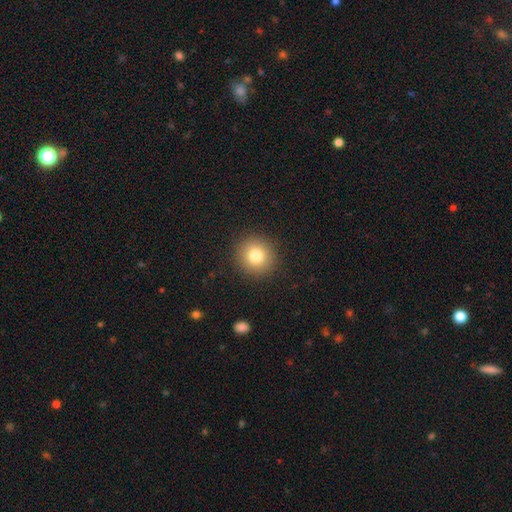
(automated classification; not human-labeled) smooth-or-featured: smooth: 80% | star or artifact: 11% | featured or disk: 9%
  how-rounded: round: 93% | in between: 6% | cigar-shaped: 1%
  merging: none: 91% | minor disturbance: 6% | major disturbance: 2% | merger: 1%